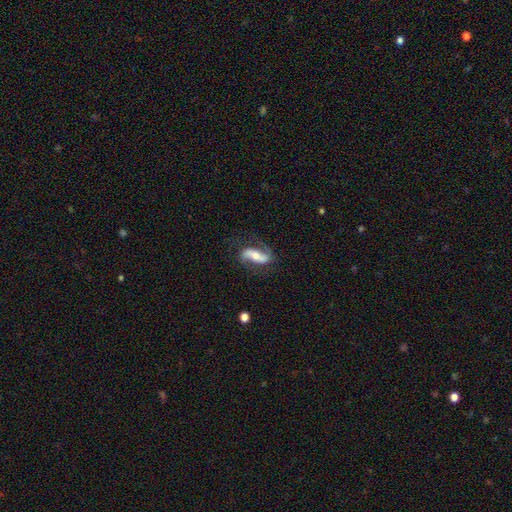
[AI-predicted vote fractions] Smooth or featured?
  - featured or disk: 73% *
  - smooth: 20%
  - star or artifact: 6%
Edge-on disk?
  - no: 90% *
  - yes: 10%
Bar?
  - strong: 44% *
  - no: 30%
  - weak: 26%
Spiral arms?
  - yes: 90% *
  - no: 10%
Spiral winding?
  - loose: 51% *
  - medium: 35%
  - tight: 14%
Spiral arm count?
  - 2: 88% *
  - 1: 5%
  - can't tell: 4%
  - 3: 1%
  - 4: 1%
  - more than 4: 1%
Bulge size?
  - moderate: 56% *
  - small: 30%
  - large: 9%
  - none: 3%
  - dominant: 2%
Merging?
  - none: 69% *
  - minor disturbance: 18%
  - major disturbance: 11%
  - merger: 2%